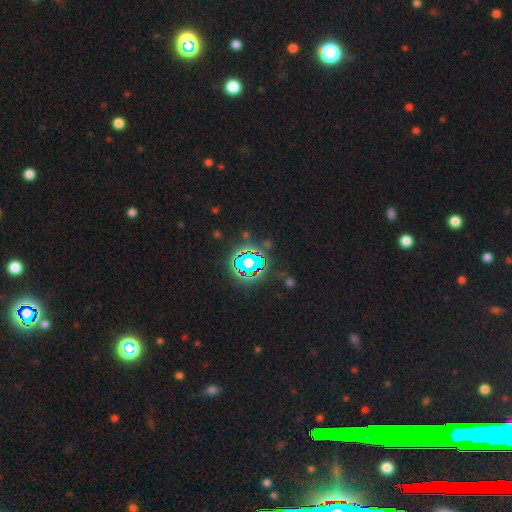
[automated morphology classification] smooth-or-featured: star or artifact: 78% | smooth: 13% | featured or disk: 9%